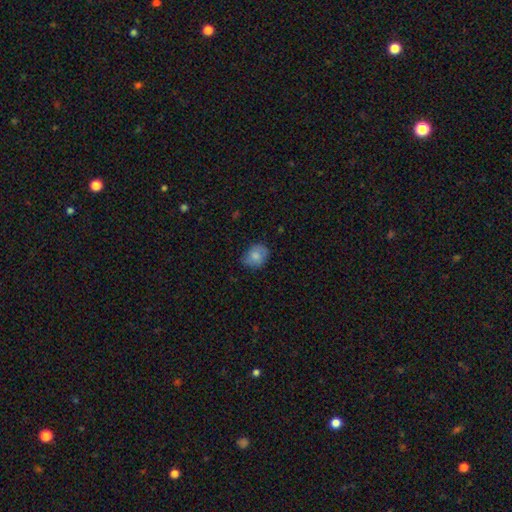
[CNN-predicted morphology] type=smooth (80%); roundness=in between (51%); merging=none (70%).